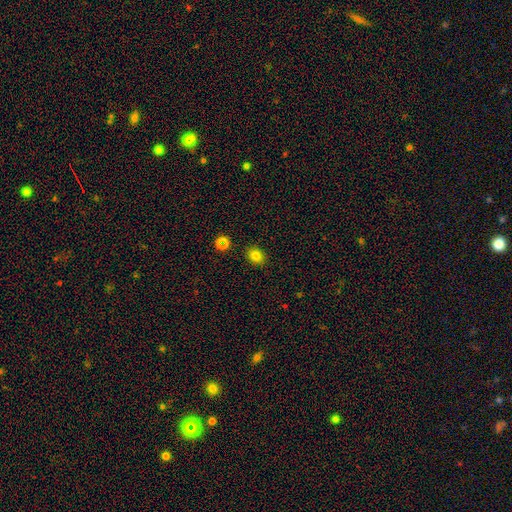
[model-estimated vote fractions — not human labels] Smooth or featured? Predicted: smooth (p=0.79). How rounded? Predicted: round (p=0.58). Merging? Predicted: none (p=0.88).